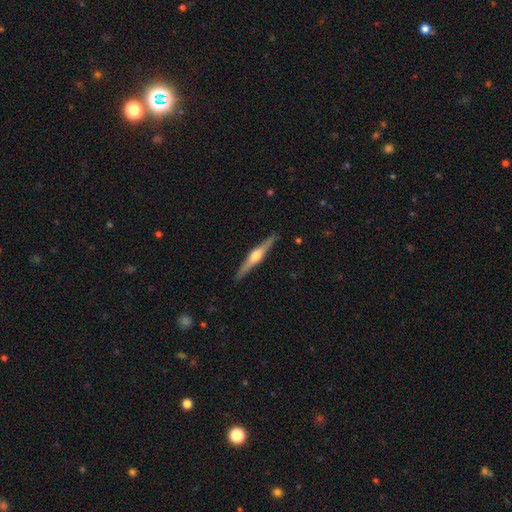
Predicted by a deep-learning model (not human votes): This appears to be a featured or disk galaxy (76%) viewed edge-on (98%) with a rounded central bulge (93%). Merging: none (90%).